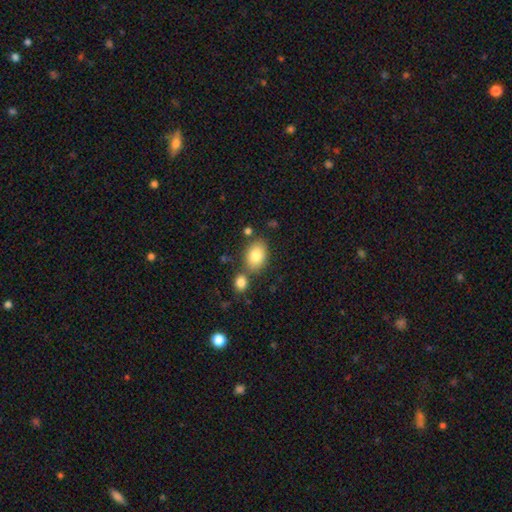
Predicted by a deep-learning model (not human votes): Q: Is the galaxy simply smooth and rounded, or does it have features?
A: smooth — 81%.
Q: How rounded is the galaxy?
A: in between — 80%.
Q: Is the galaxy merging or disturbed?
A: none — 67%.